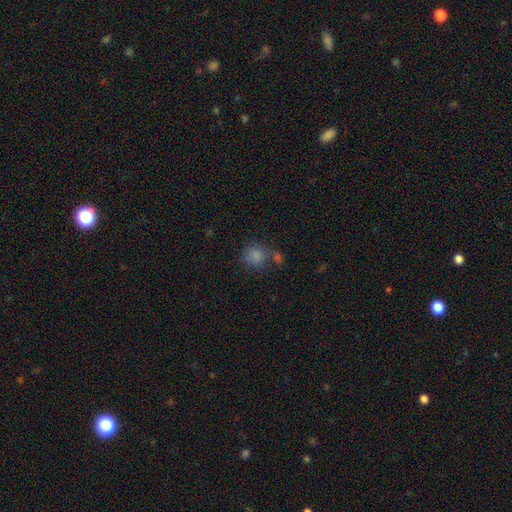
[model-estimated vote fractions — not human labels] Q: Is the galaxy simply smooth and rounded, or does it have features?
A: smooth — 80%.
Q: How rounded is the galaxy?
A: round — 76%.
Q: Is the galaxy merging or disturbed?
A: none — 44%.